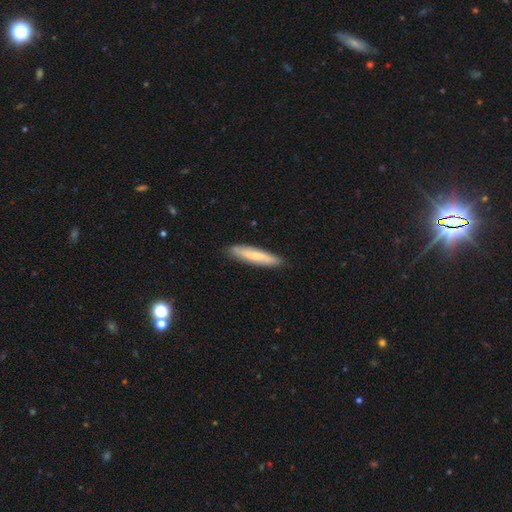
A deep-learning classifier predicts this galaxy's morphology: This appears to be a smooth galaxy with no disk features (65%) that is cigar-shaped (86%). Merging: none (88%).